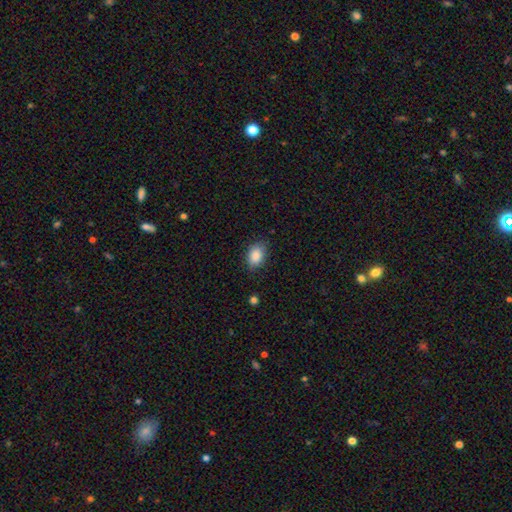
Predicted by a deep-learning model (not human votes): Smooth or featured: smooth — 87% (star or artifact — 8%)
How rounded: in between — 81% (round — 18%)
Merging: none — 78% (minor disturbance — 17%)